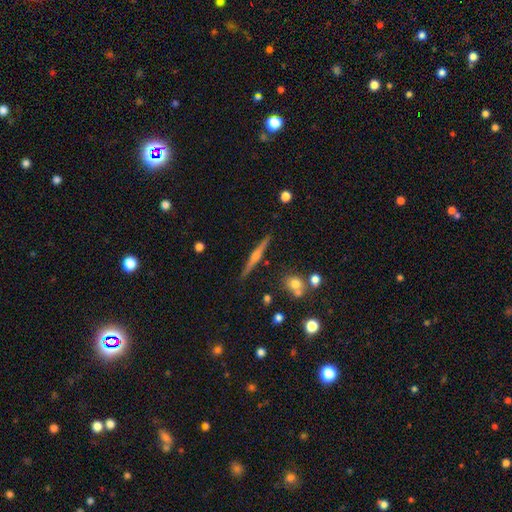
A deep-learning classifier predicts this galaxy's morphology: This is likely a featured or disk galaxy (71%). It is clearly viewed edge-on (98%). Edge-on bulge: likely rounded (79%). Merging: clearly none (89%).